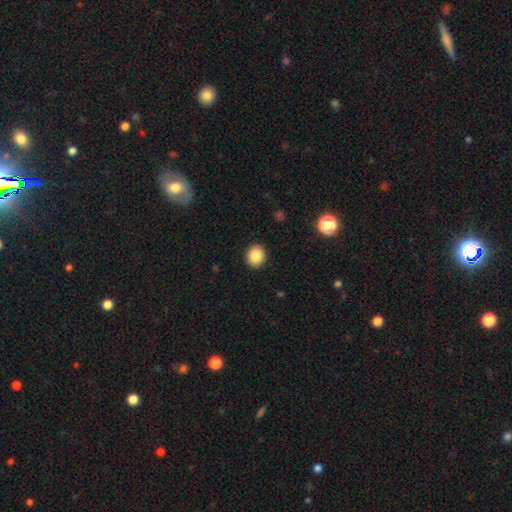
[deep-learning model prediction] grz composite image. It shows a smooth galaxy with no disk features (88%) that is round (74%). Merging: none (91%).